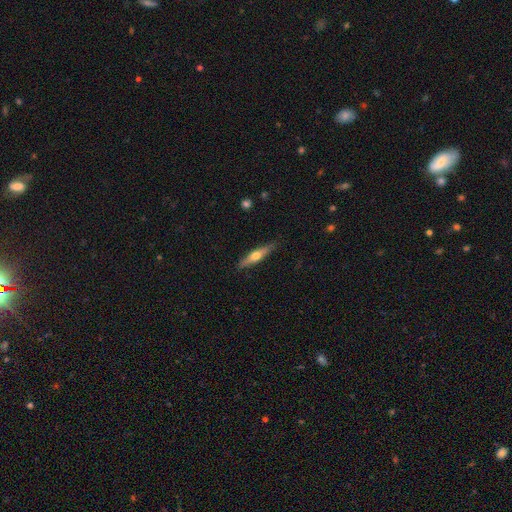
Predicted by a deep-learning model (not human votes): smooth_or_featured: featured or disk (p=0.53) [alt: smooth p=0.41]
disk_edge_on: yes (p=0.94) [alt: no p=0.06]
merging: none (p=0.88) [alt: minor disturbance p=0.09]